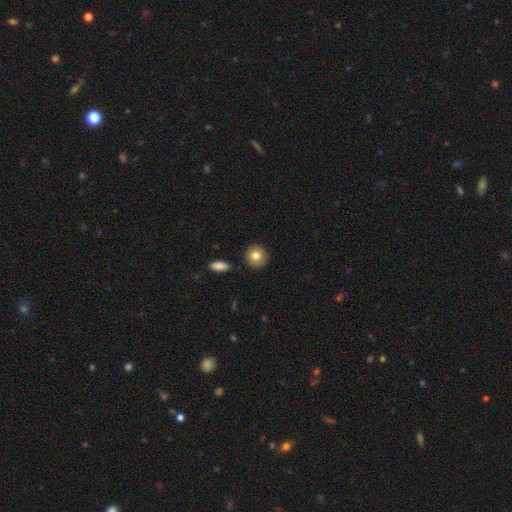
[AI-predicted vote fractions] The model was most divided on "smooth or featured": smooth: 81%, featured or disk: 11%, star or artifact: 8%. More confident: how rounded — round (89%); merging — none (89%).